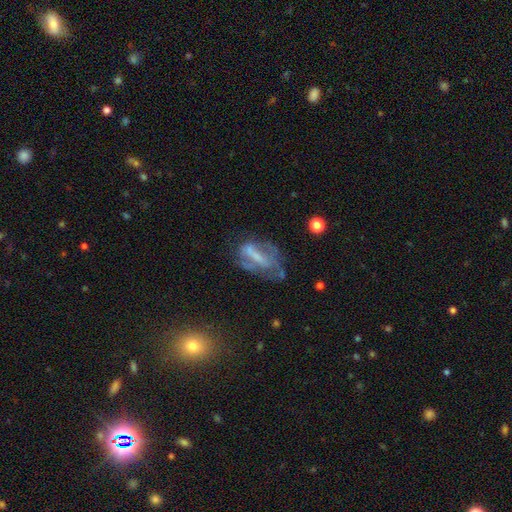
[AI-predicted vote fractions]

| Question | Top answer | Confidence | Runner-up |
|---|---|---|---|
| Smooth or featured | featured or disk | 56% | smooth (31%) |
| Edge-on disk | no | 87% | yes (13%) |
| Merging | none | 39% | major disturbance (30%) |